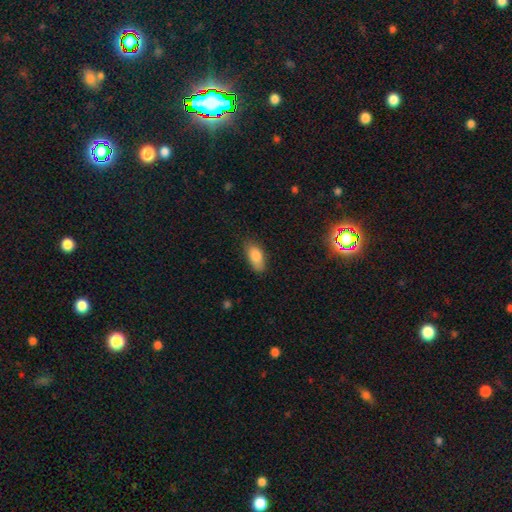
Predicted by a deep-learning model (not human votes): A smooth galaxy with no disk features (84%) that is in between round and cigar-shaped (88%). Merging: none (75%).